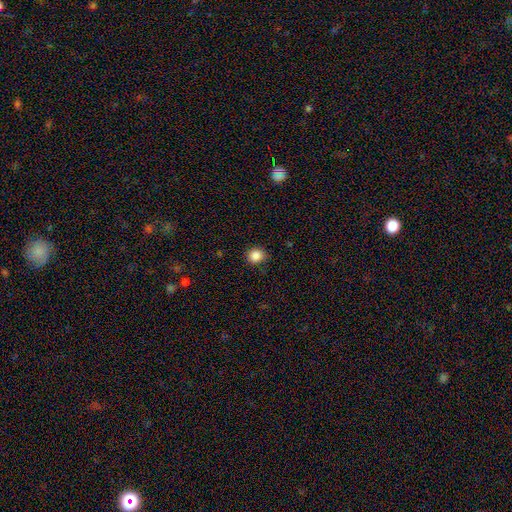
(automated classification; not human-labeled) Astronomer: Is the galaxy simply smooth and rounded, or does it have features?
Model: smooth — 86%.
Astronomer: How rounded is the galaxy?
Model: round — 83%.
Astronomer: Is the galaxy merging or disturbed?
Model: none — 86%.